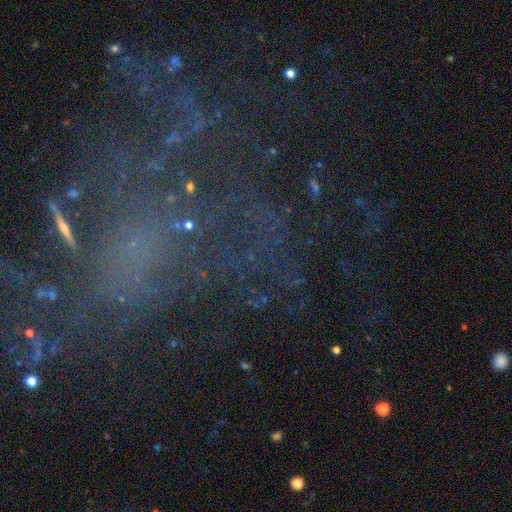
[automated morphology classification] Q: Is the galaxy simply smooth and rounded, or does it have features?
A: star or artifact — 58%.